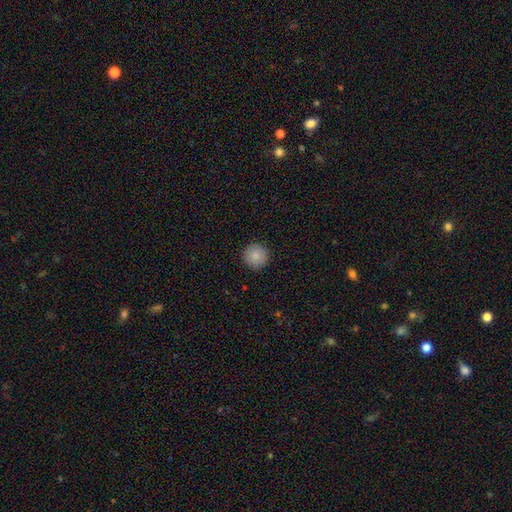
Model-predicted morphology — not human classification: Smooth or featured: smooth — 87% (star or artifact — 8%)
How rounded: round — 96% (in between — 3%)
Merging: none — 92% (minor disturbance — 5%)